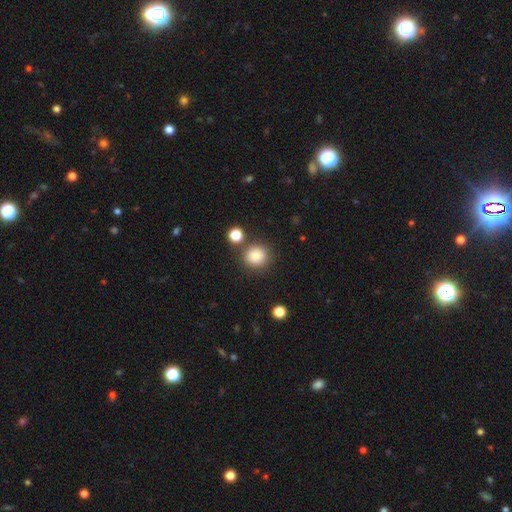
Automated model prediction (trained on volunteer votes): The model was most divided on "smooth or featured": smooth: 82%, star or artifact: 11%, featured or disk: 7%. More confident: how rounded — round (90%); merging — none (81%).